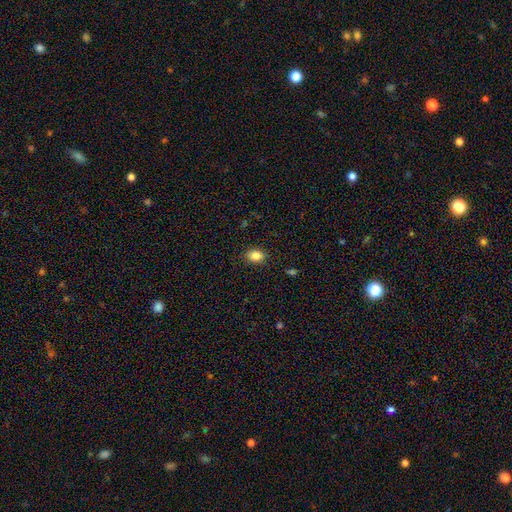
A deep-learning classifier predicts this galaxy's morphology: Smooth or featured? smooth (85%)
How rounded? in between (70%)
Merging? none (87%)